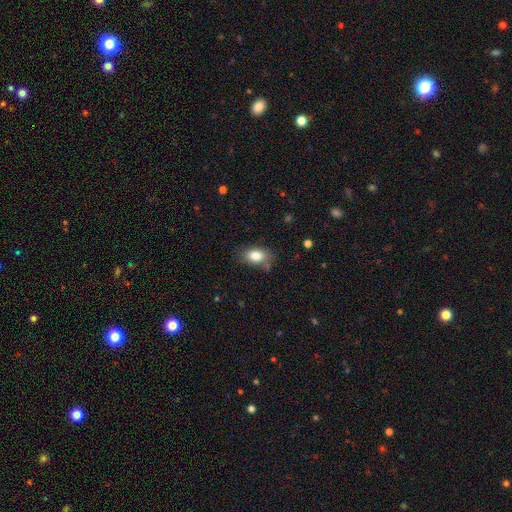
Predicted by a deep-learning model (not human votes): smooth-or-featured: smooth: 82% | featured or disk: 9% | star or artifact: 8%
  how-rounded: in between: 85% | round: 13% | cigar-shaped: 2%
  merging: none: 71% | minor disturbance: 20% | major disturbance: 5% | merger: 4%